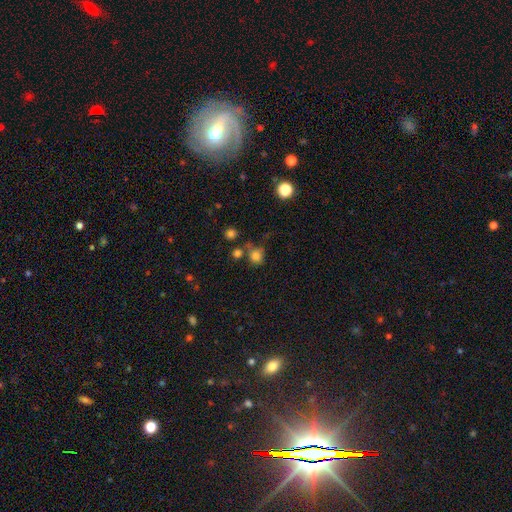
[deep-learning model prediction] A smooth galaxy with no disk features (77%) that is round (80%).

Vote fractions:
- Smooth or featured? smooth: 77% / star or artifact: 15% / featured or disk: 8%
- How rounded? round: 80% / in between: 19% / cigar-shaped: 1%
- Merging? none: 60% / minor disturbance: 17% / merger: 16% / major disturbance: 8%